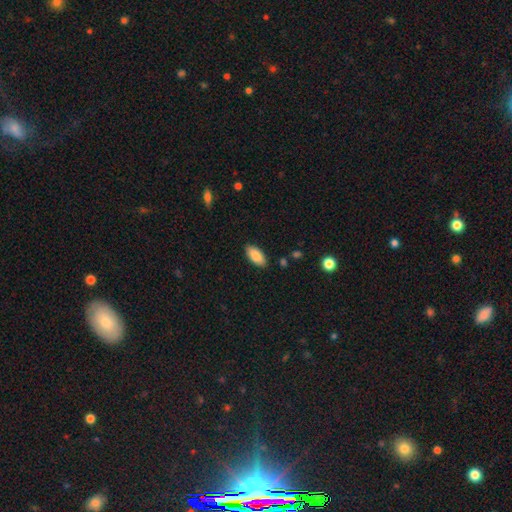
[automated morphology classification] A smooth galaxy with no disk features (87%) that is in between round and cigar-shaped (92%).

Vote fractions:
- Smooth or featured? smooth: 87% / featured or disk: 7% / star or artifact: 6%
- How rounded? in between: 92% / cigar-shaped: 6% / round: 2%
- Merging? none: 87% / minor disturbance: 10% / major disturbance: 2% / merger: 1%